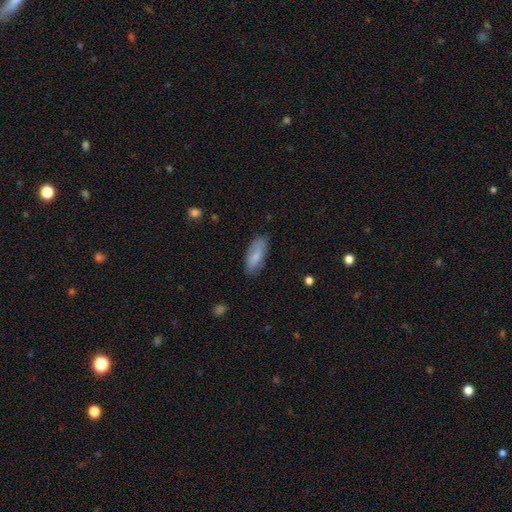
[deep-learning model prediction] Smooth or featured?
  - smooth: 77% *
  - featured or disk: 17%
  - star or artifact: 6%
How rounded?
  - in between: 79% *
  - cigar-shaped: 19%
  - round: 2%
Merging?
  - none: 76% *
  - minor disturbance: 19%
  - major disturbance: 4%
  - merger: 2%